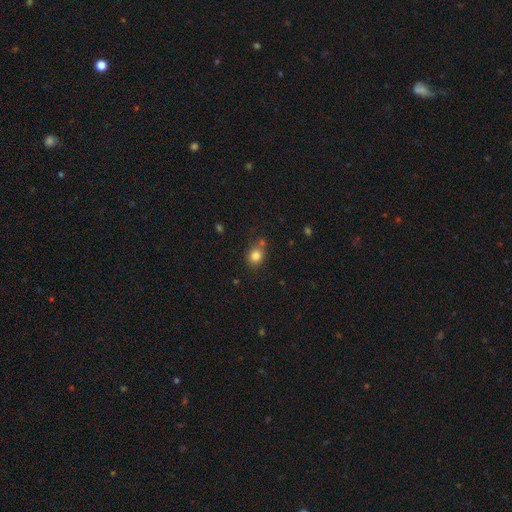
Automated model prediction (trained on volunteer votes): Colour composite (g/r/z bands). It shows a smooth galaxy with no disk features (82%) that is round (68%). Merging: none (70%).